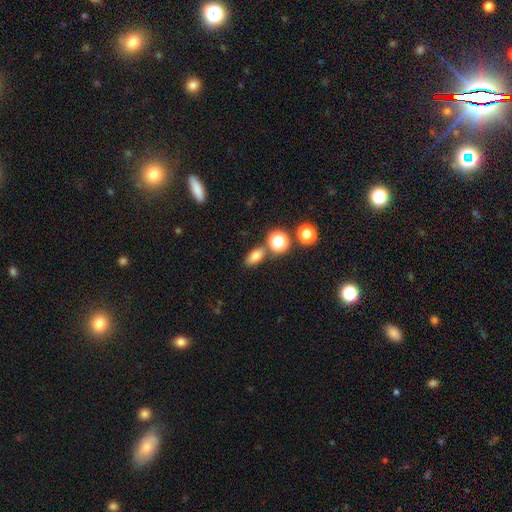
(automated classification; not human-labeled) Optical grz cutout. It shows a smooth galaxy with no disk features (73%) that is in between round and cigar-shaped (76%). Merging: none (74%).